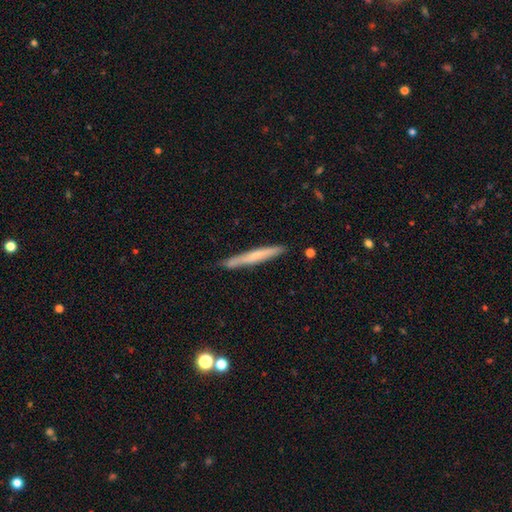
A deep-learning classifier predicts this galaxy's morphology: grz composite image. It shows a smooth galaxy with no disk features (49%). Merging: none (84%).